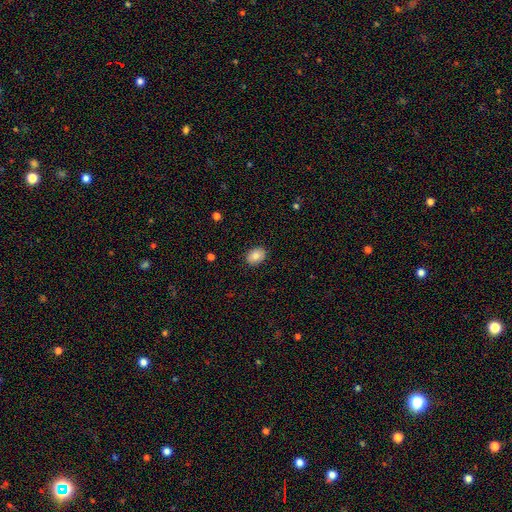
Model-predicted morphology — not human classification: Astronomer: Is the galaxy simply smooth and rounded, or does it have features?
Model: smooth — 85%.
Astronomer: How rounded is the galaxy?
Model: in between — 71%.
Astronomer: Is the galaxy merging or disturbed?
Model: none — 89%.